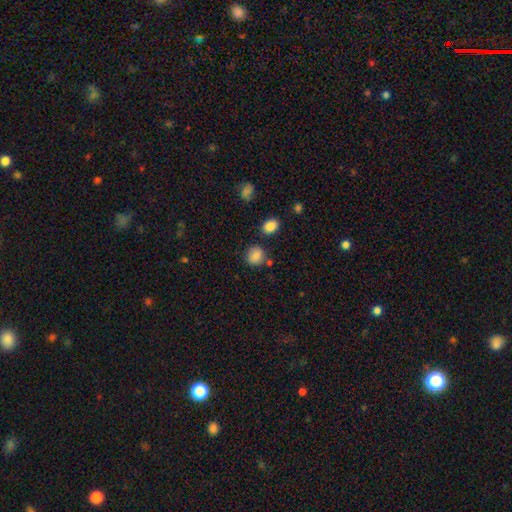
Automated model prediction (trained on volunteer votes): A smooth galaxy with no disk features (85%) that is round (71%).

Vote fractions:
- Smooth or featured? smooth: 85% / star or artifact: 10% / featured or disk: 5%
- How rounded? round: 71% / in between: 28% / cigar-shaped: 1%
- Merging? none: 73% / minor disturbance: 15% / merger: 7% / major disturbance: 4%